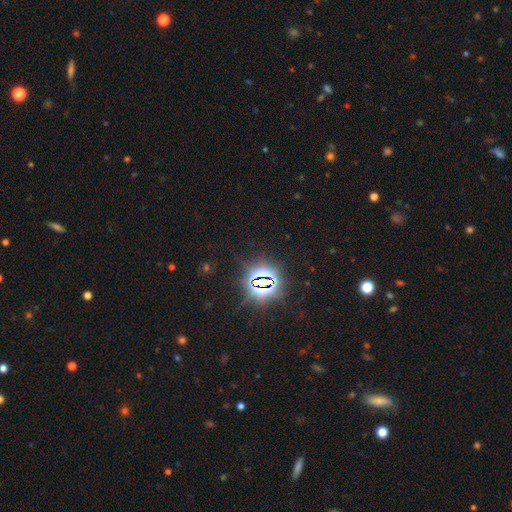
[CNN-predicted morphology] This is clearly a star or artifact rather than a galaxy (82%).